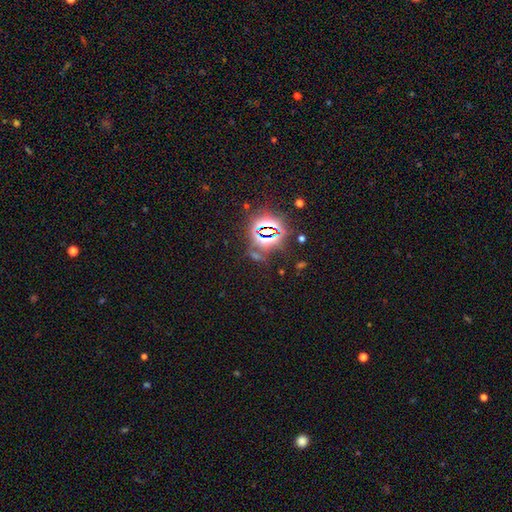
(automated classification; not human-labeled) A star or artifact, not a galaxy (80%).

Vote fractions:
- Smooth or featured? star or artifact: 80% / smooth: 12% / featured or disk: 8%